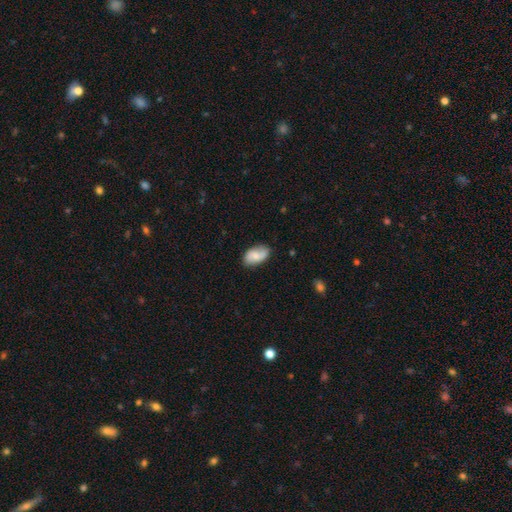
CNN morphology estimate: Overall: smooth (58%; featured or disk 35%). How rounded: in between (92%). Merging: none (74%).